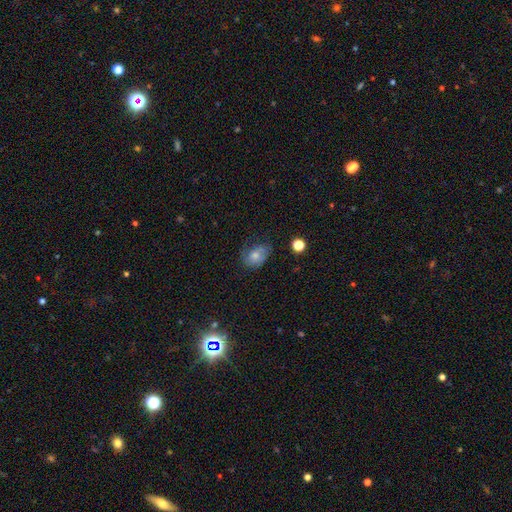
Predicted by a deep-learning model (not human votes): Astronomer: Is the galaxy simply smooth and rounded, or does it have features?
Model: smooth — 59%.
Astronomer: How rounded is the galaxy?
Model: in between — 69%.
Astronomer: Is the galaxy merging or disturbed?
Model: none — 50% (runner-up: minor disturbance, 31%).